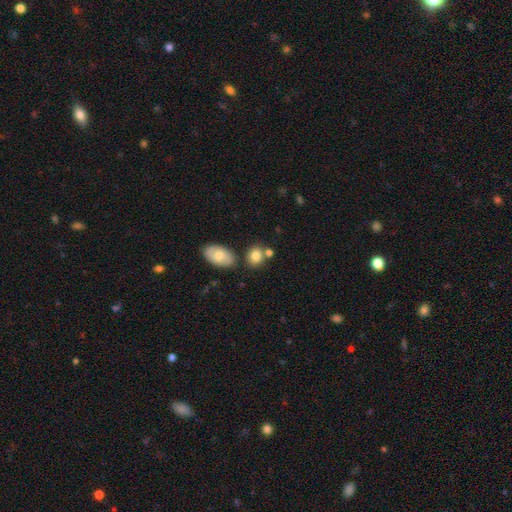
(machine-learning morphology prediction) Smooth or featured?
  - smooth: 81% *
  - featured or disk: 11%
  - star or artifact: 9%
How rounded?
  - round: 56% *
  - in between: 43%
  - cigar-shaped: 2%
Merging?
  - none: 66% *
  - merger: 18%
  - minor disturbance: 12%
  - major disturbance: 4%